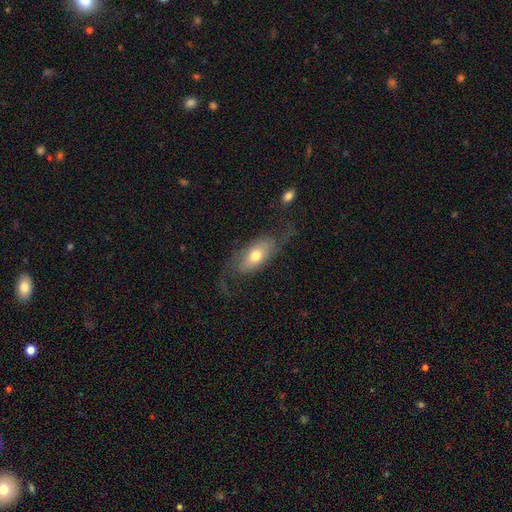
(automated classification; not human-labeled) smooth_or_featured: featured or disk (p=0.58) [alt: smooth p=0.36]
disk_edge_on: no (p=0.85) [alt: yes p=0.15]
merging: none (p=0.58) [alt: major disturbance p=0.21]